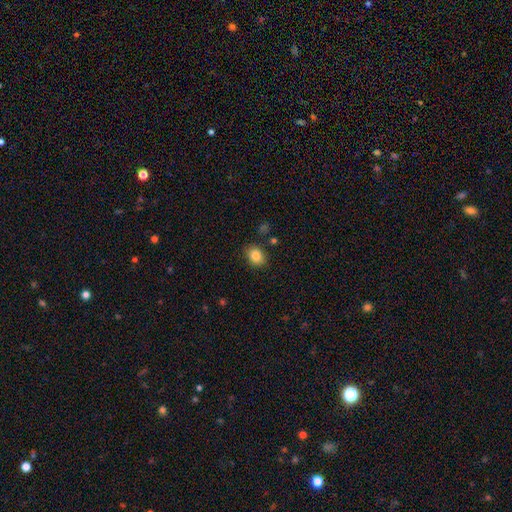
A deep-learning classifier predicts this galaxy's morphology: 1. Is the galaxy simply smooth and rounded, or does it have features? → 85% smooth, 10% star or artifact, 6% featured or disk.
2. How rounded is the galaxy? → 54% round, 45% in between, 1% cigar-shaped.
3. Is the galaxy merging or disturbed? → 84% none, 10% minor disturbance, 3% major disturbance, 3% merger.